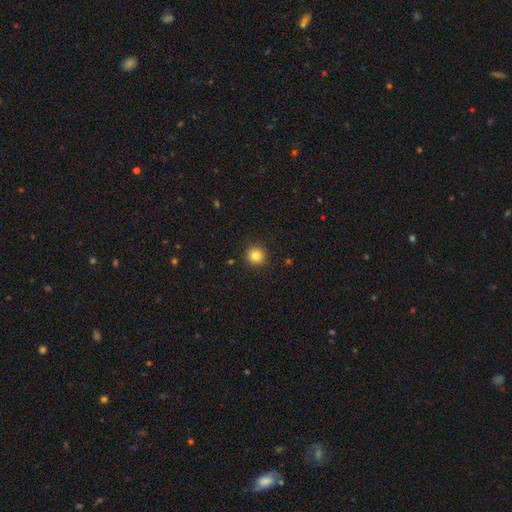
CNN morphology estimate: A smooth galaxy with no disk features (84%) that is round (94%).

Vote fractions:
- Smooth or featured? smooth: 84% / star or artifact: 11% / featured or disk: 5%
- How rounded? round: 94% / in between: 5% / cigar-shaped: 1%
- Merging? none: 91% / minor disturbance: 6% / major disturbance: 2% / merger: 1%